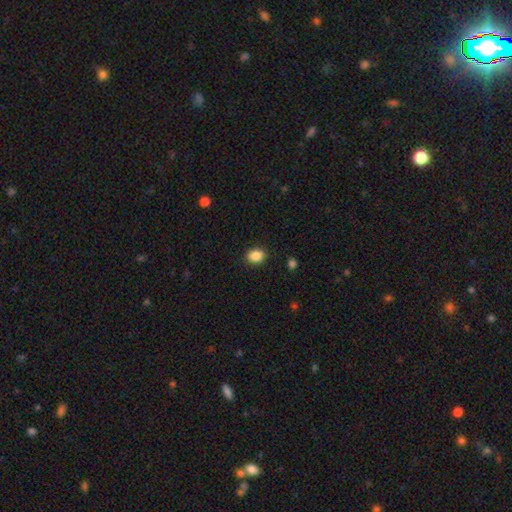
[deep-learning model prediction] Q: Smooth or featured?
A: smooth (88%); runner-up: star or artifact (9%)
Q: How rounded?
A: in between (55%); runner-up: round (44%)
Q: Merging?
A: none (90%); runner-up: minor disturbance (7%)